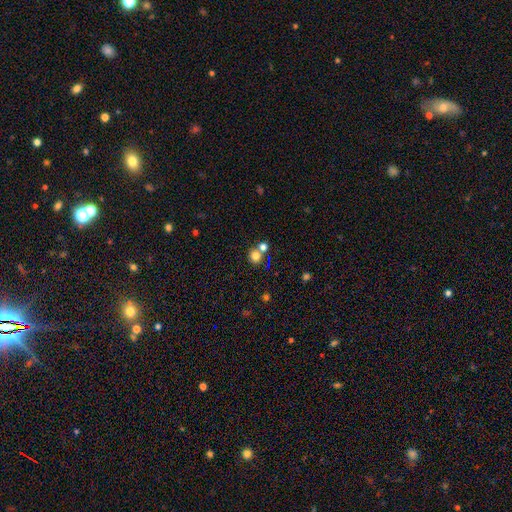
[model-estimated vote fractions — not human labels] The model was most divided on "merging": none: 60%, merger: 28%, minor disturbance: 8%, major disturbance: 4%. More confident: how rounded — round (83%); smooth or featured — smooth (77%).